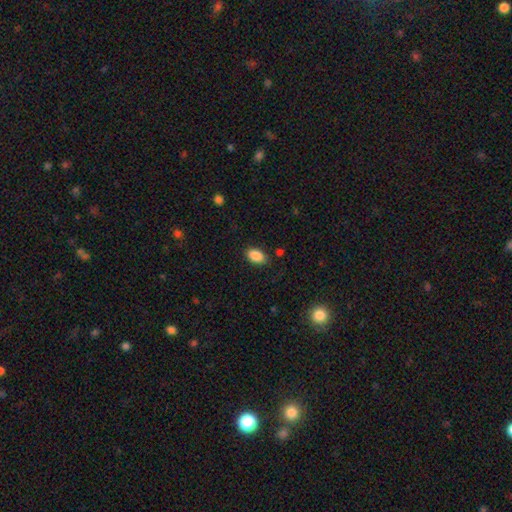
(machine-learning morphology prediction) Q: Smooth or featured?
A: smooth (89%); runner-up: star or artifact (8%)
Q: How rounded?
A: in between (92%); runner-up: round (7%)
Q: Merging?
A: none (85%); runner-up: minor disturbance (11%)